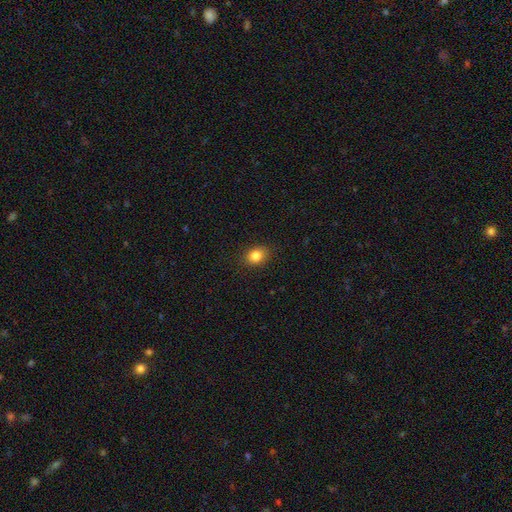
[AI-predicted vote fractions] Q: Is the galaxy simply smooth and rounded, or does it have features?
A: smooth — 84%.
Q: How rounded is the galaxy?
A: in between — 50%.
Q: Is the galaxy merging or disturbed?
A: none — 88%.